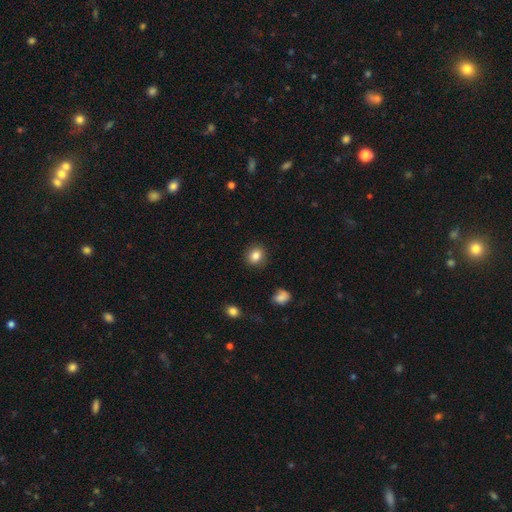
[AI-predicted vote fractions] This is clearly a smooth galaxy (83%). How rounded: likely round (73%). Merging: clearly none (88%).